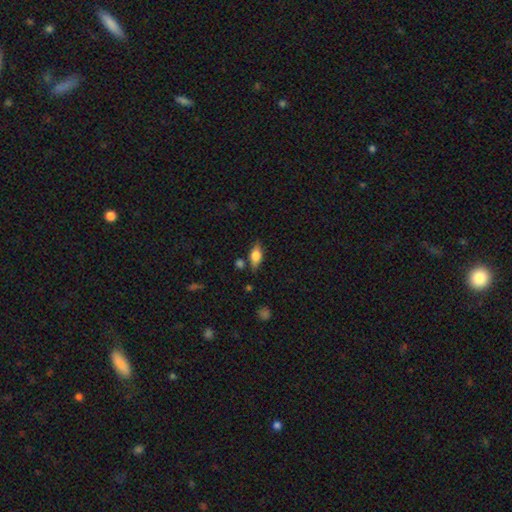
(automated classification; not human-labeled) This is likely a smooth galaxy (61%). How rounded: likely in between (78%). Merging: likely none (76%).